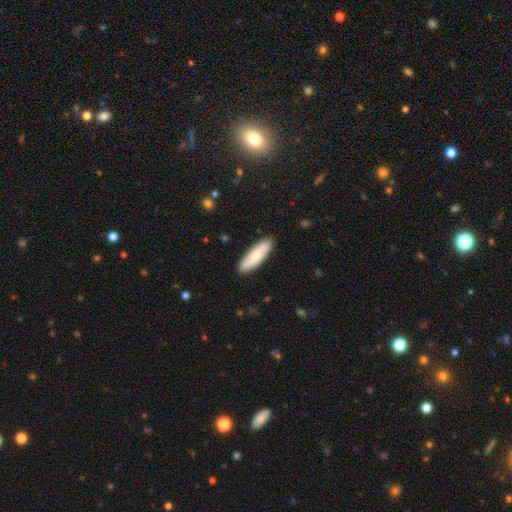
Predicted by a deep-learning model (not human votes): The model was most divided on "how rounded": cigar-shaped: 61%, in between: 37%, round: 2%. More confident: merging — none (90%); smooth or featured — smooth (71%).